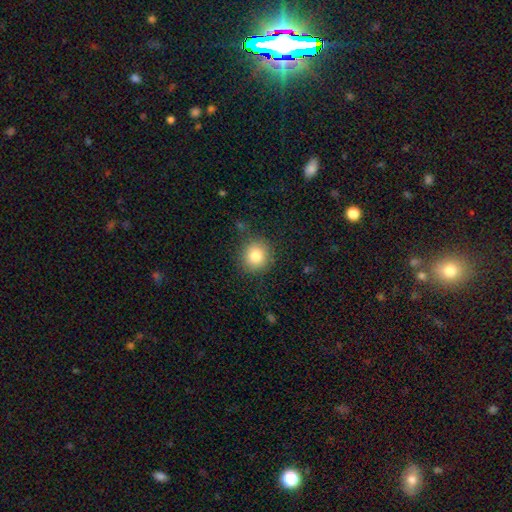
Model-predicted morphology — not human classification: The model was most divided on "smooth or featured": smooth: 81%, star or artifact: 11%, featured or disk: 8%. More confident: how rounded — round (88%); merging — none (84%).